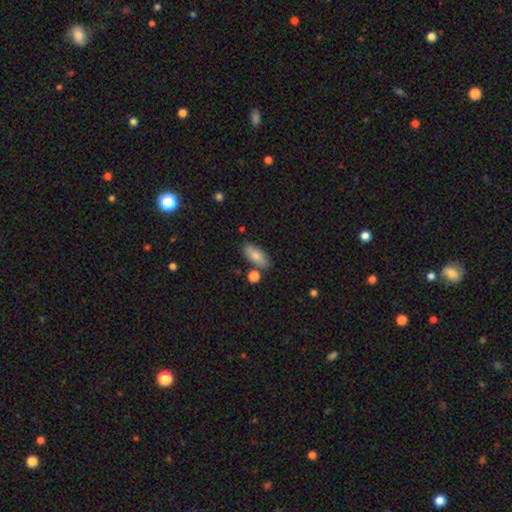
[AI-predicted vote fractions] The model was most divided on "smooth or featured": smooth: 78%, featured or disk: 15%, star or artifact: 7%. More confident: how rounded — in between (85%); merging — none (78%).